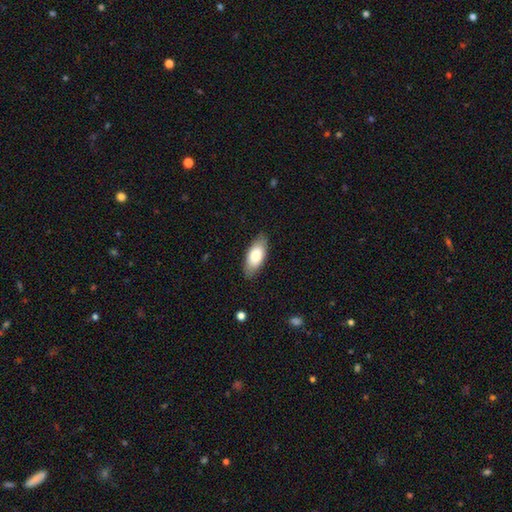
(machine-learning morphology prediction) A smooth galaxy with no disk features (75%) that is in between round and cigar-shaped (87%).

Vote fractions:
- Smooth or featured? smooth: 75% / featured or disk: 19% / star or artifact: 6%
- How rounded? in between: 87% / cigar-shaped: 11% / round: 2%
- Merging? none: 86% / minor disturbance: 11% / major disturbance: 2% / merger: 1%